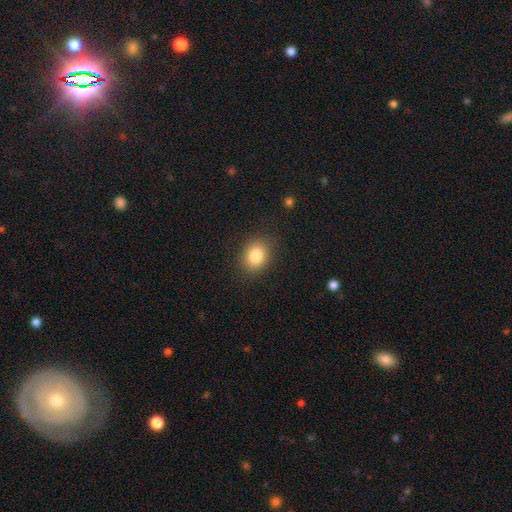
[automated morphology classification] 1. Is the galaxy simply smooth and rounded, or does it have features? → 83% smooth, 10% star or artifact, 7% featured or disk.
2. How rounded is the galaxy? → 50% in between, 49% round, 1% cigar-shaped.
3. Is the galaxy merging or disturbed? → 86% none, 10% minor disturbance, 3% major disturbance, 1% merger.